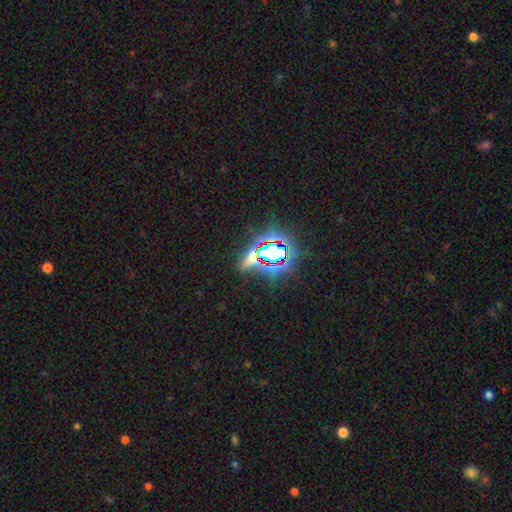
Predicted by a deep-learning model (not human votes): Q: Smooth or featured?
A: star or artifact (68%); runner-up: smooth (21%)